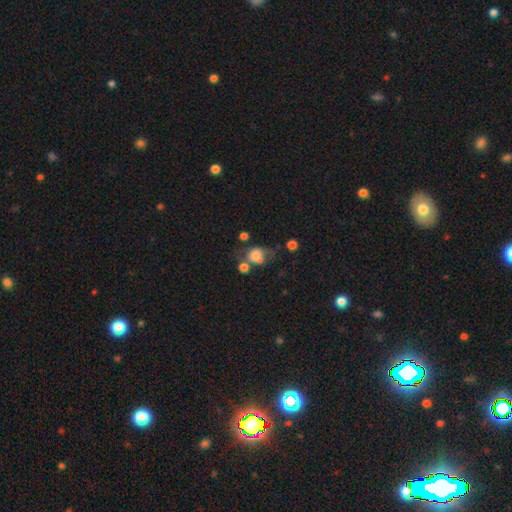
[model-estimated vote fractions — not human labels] This is likely a smooth galaxy (67%). How rounded: possibly round (57%). Merging: marginally none (32%).